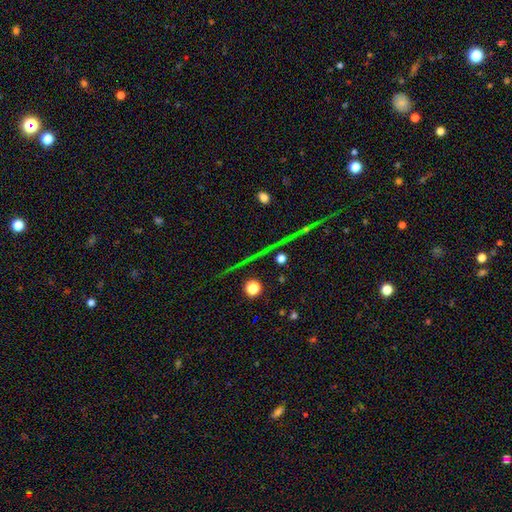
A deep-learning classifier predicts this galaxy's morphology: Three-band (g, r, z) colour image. It shows a star or artifact, not a galaxy (68%).